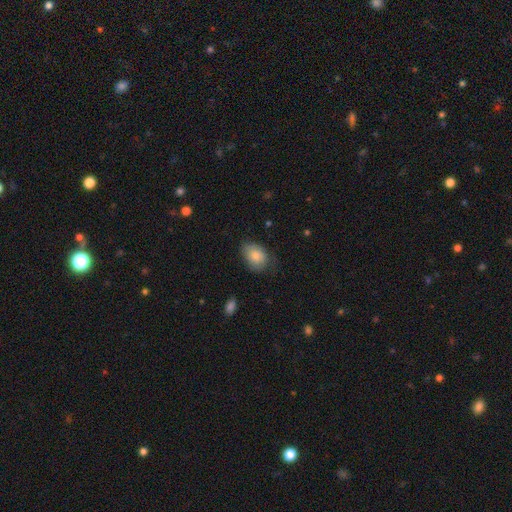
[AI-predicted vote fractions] A smooth galaxy with no disk features (83%) that is in between round and cigar-shaped (75%). Merging: none (66%).